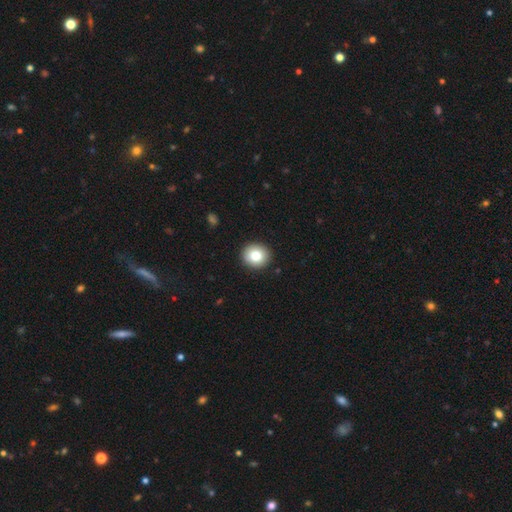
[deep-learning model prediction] This is clearly a smooth galaxy (80%). How rounded: clearly round (86%). Merging: clearly none (92%).